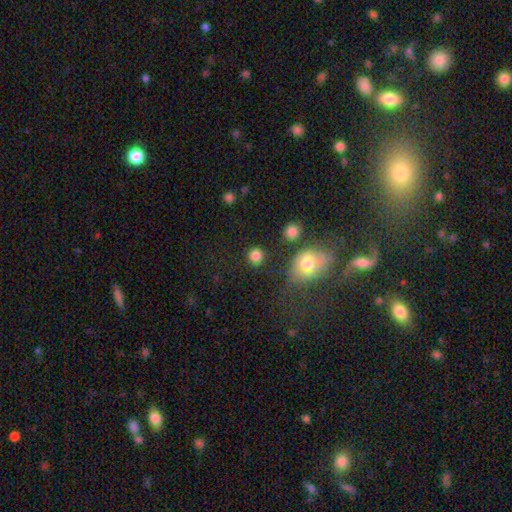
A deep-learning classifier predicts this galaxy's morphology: smooth_or_featured: smooth (p=0.85) [alt: star or artifact p=0.10]
how_rounded: round (p=0.86) [alt: in between p=0.13]
merging: none (p=0.82) [alt: minor disturbance p=0.09]